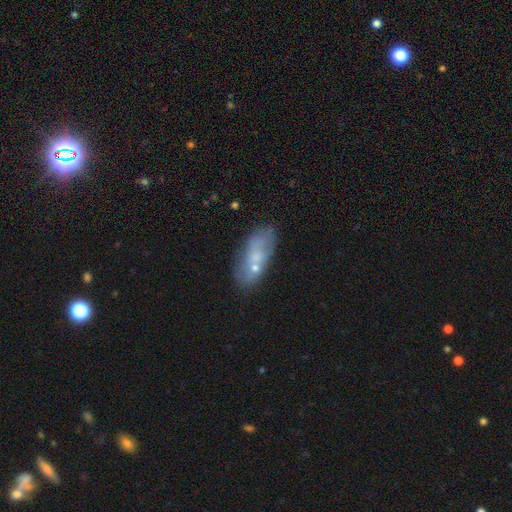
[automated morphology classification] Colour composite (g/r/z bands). It shows a smooth galaxy with no disk features (57%) that is in between round and cigar-shaped (77%). Merging: none (51%).